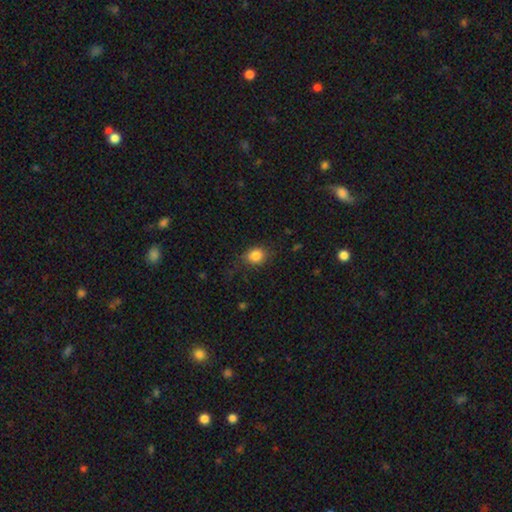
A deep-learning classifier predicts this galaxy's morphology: Smooth or featured?
  - smooth: 84% *
  - star or artifact: 10%
  - featured or disk: 6%
How rounded?
  - round: 62% *
  - in between: 37%
  - cigar-shaped: 1%
Merging?
  - none: 77% *
  - minor disturbance: 17%
  - major disturbance: 5%
  - merger: 1%